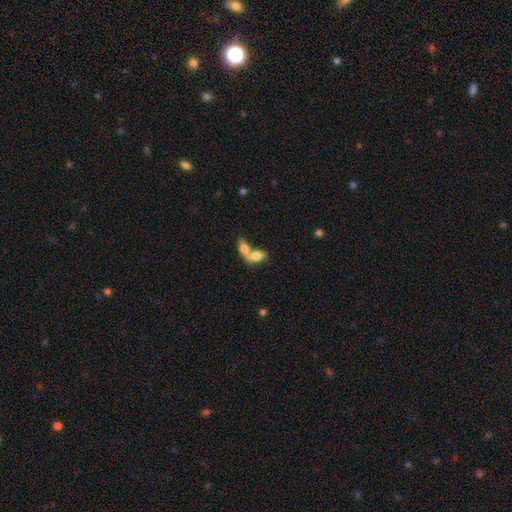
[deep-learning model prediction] smooth-or-featured: smooth: 74% | featured or disk: 18% | star or artifact: 7%
  how-rounded: in between: 86% | round: 8% | cigar-shaped: 7%
  merging: merger: 75% | none: 16% | minor disturbance: 5% | major disturbance: 4%